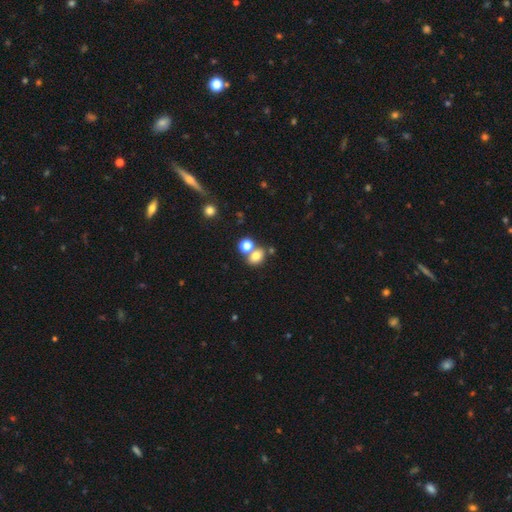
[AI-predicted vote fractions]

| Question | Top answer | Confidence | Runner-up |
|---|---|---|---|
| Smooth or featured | smooth | 75% | star or artifact (14%) |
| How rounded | in between | 55% | round (44%) |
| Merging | none | 53% | merger (32%) |